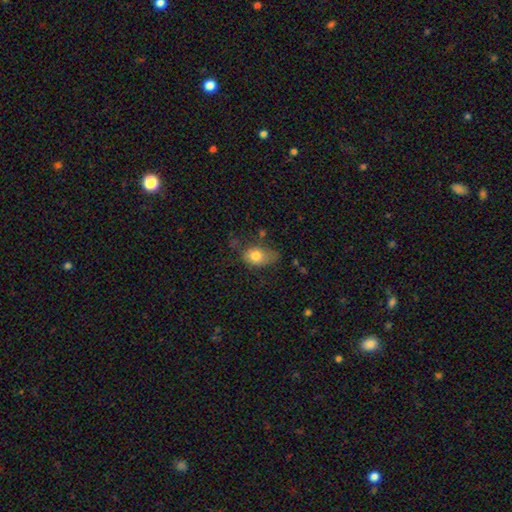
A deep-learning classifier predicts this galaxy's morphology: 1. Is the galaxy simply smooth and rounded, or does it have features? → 77% smooth, 14% featured or disk, 9% star or artifact.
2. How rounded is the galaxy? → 73% in between, 25% round, 2% cigar-shaped.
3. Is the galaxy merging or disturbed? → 37% minor disturbance (tied), 37% none (tied), 21% major disturbance, 5% merger.